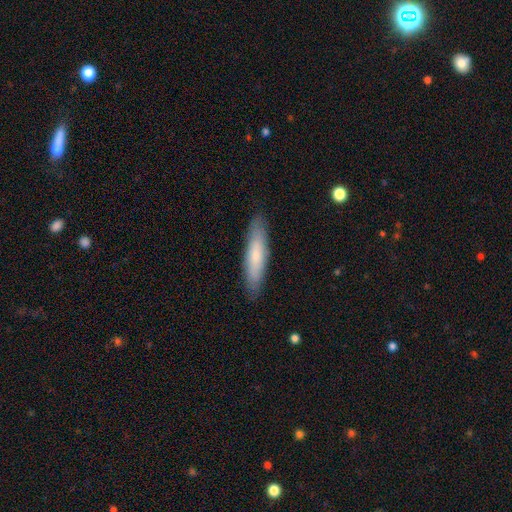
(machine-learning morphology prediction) Smooth or featured? Predicted: smooth (p=0.68). How rounded? Predicted: cigar-shaped (p=0.78). Merging? Predicted: none (p=0.87).